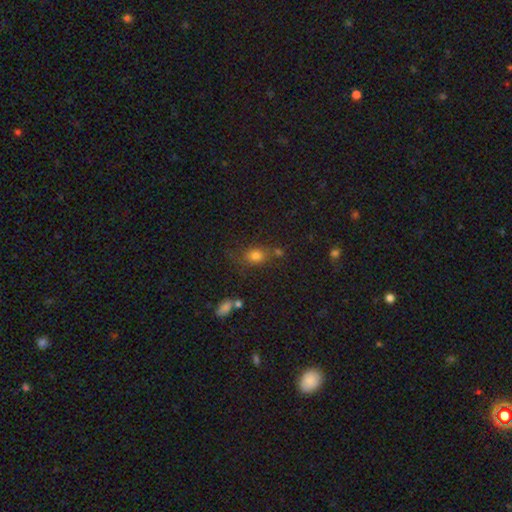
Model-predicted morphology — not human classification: Smooth or featured? Predicted: smooth (p=0.77). How rounded? Predicted: in between (p=0.52). Merging? Predicted: none (p=0.59).